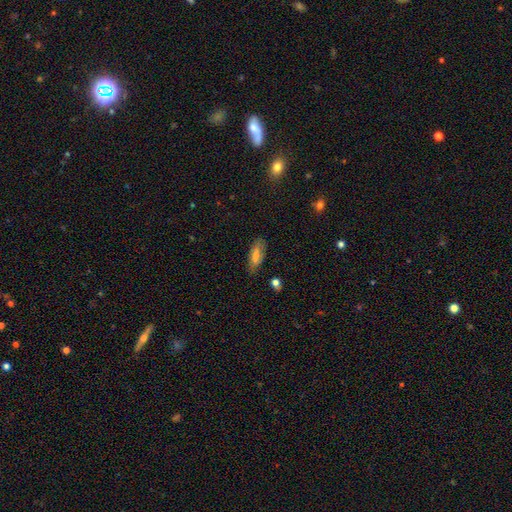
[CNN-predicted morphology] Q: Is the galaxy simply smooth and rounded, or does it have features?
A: smooth — 63%.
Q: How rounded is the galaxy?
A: in between — 72%.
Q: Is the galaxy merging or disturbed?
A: none — 80%.